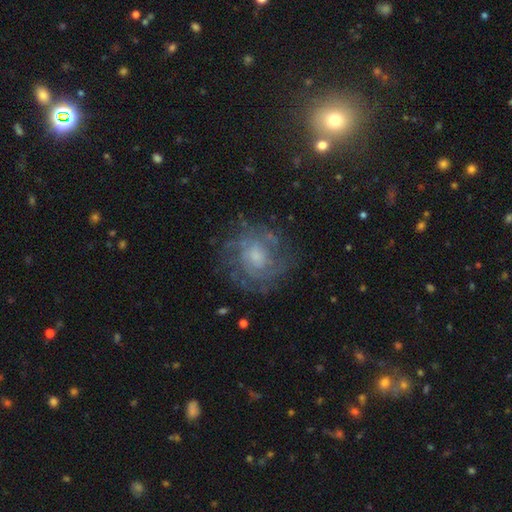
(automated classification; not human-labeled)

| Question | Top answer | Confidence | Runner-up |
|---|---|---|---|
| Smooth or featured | featured or disk | 71% | smooth (19%) |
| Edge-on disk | no | 97% | yes (3%) |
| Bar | no | 69% | weak (27%) |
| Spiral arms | yes | 81% | no (19%) |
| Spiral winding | tight | 56% | medium (32%) |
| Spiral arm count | can't tell | 52% | 2 (13%) |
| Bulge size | small | 40% | moderate (39%) |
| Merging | none | 72% | minor disturbance (15%) |